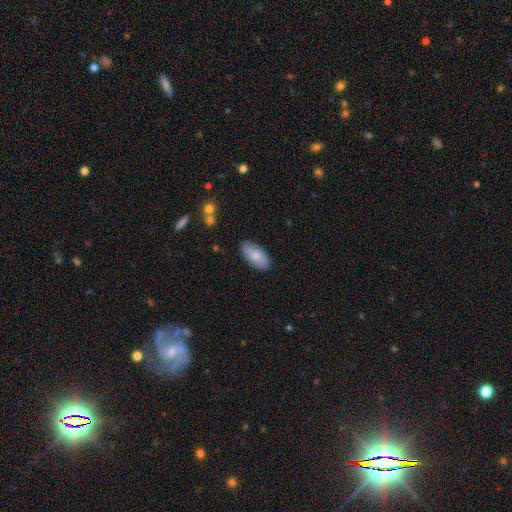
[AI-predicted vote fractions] Smooth or featured? Predicted: smooth (p=0.74). How rounded? Predicted: in between (p=0.93). Merging? Predicted: none (p=0.84).